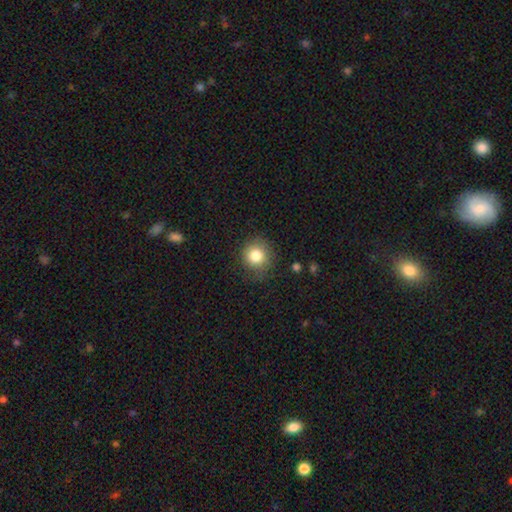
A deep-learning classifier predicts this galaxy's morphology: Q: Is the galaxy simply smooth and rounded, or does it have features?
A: smooth — 83%.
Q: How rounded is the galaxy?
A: round — 89%.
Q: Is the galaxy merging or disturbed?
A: none — 78%.